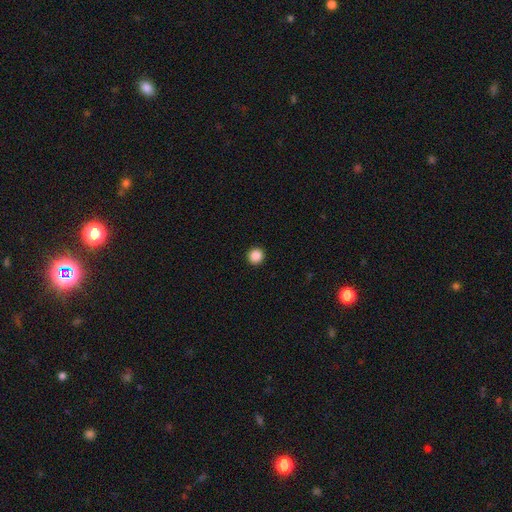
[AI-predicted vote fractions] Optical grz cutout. It shows a smooth galaxy with no disk features (88%) that is round (94%). Merging: none (94%).